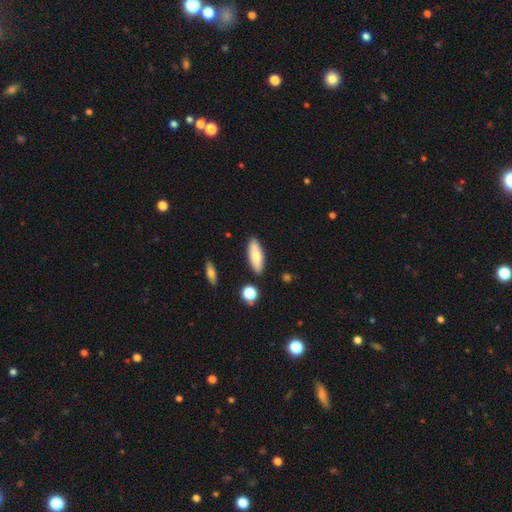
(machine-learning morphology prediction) smooth_or_featured: smooth (p=0.78) [alt: featured or disk p=0.16]
how_rounded: in between (p=0.66) [alt: cigar-shaped p=0.32]
merging: none (p=0.85) [alt: minor disturbance p=0.10]